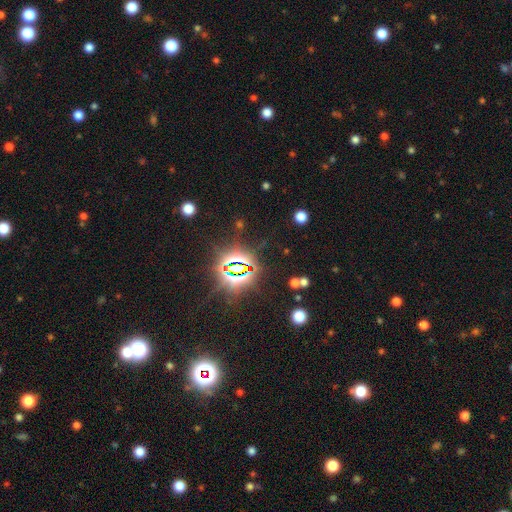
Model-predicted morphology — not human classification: Smooth or featured?
  - star or artifact: 81% *
  - smooth: 11%
  - featured or disk: 8%